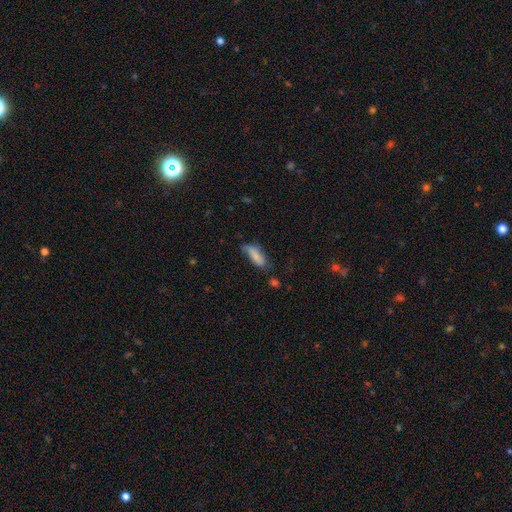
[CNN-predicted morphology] smooth 77%, featured or disk 15%, star or artifact 7%. Down the decision tree: how rounded — in between (62%); merging — none (48%).